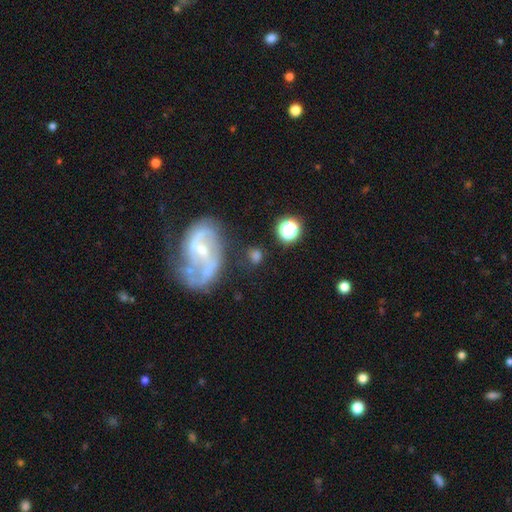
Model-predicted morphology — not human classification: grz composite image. It shows a smooth galaxy with no disk features (54%) that is round (61%). Merging: none (64%).